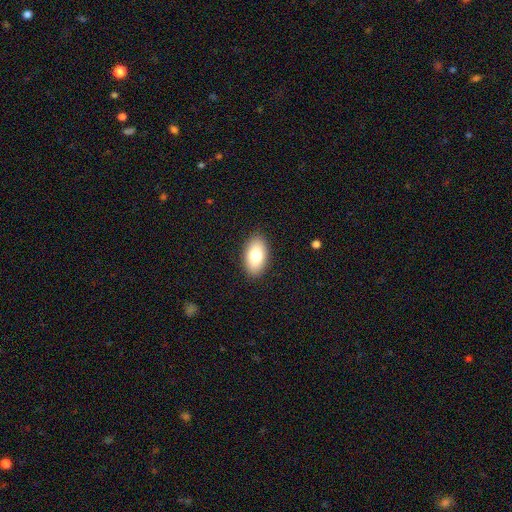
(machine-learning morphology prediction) This appears to be a smooth galaxy with no disk features (78%) that is in between round and cigar-shaped (94%). Merging: none (89%).